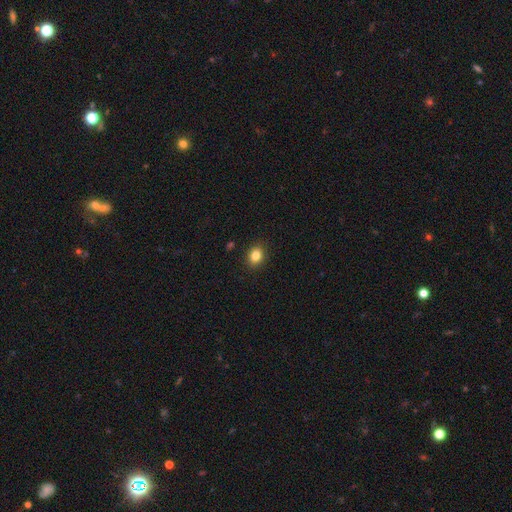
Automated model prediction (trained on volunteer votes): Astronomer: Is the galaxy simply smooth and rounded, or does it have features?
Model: smooth — 83%.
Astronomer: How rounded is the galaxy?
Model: in between — 53% (runner-up: round, 46%).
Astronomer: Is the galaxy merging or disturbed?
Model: none — 90%.